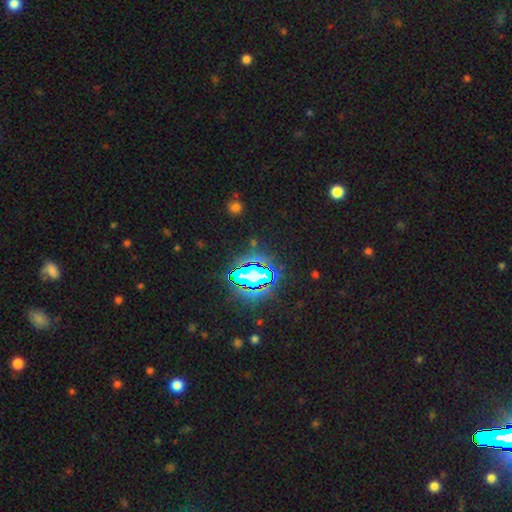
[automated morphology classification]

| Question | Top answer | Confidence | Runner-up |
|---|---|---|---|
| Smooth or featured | star or artifact | 82% | smooth (12%) |